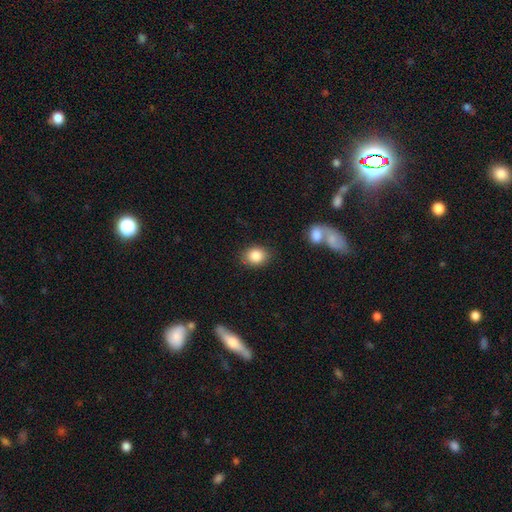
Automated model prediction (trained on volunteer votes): A smooth galaxy with no disk features (85%) that is round (51%). Merging: none (84%).